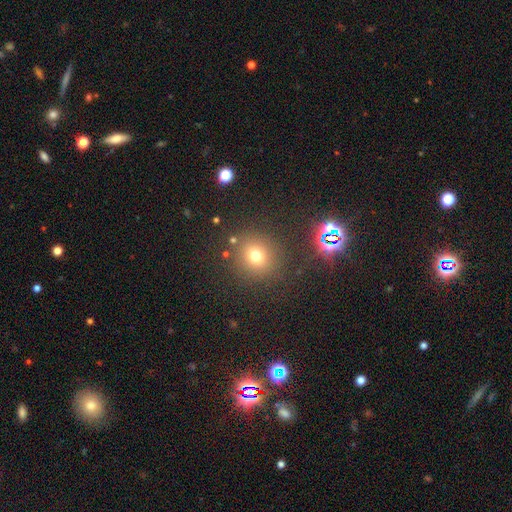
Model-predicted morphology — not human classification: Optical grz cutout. It shows a smooth galaxy with no disk features (71%) that is round (89%). Merging: none (84%).